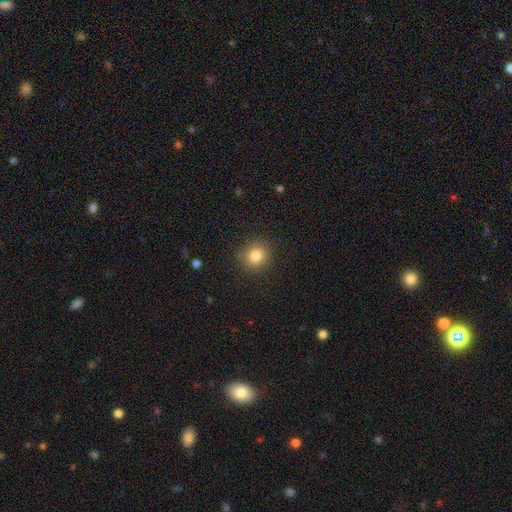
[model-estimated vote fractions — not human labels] Q: Smooth or featured?
A: smooth (82%); runner-up: star or artifact (12%)
Q: How rounded?
A: round (88%); runner-up: in between (11%)
Q: Merging?
A: none (87%); runner-up: minor disturbance (9%)